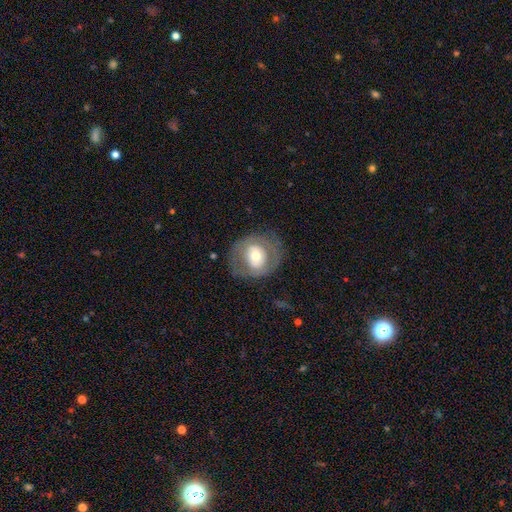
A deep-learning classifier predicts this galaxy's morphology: Smooth or featured? Predicted: featured or disk (p=0.49). Merging? Predicted: none (p=0.73).